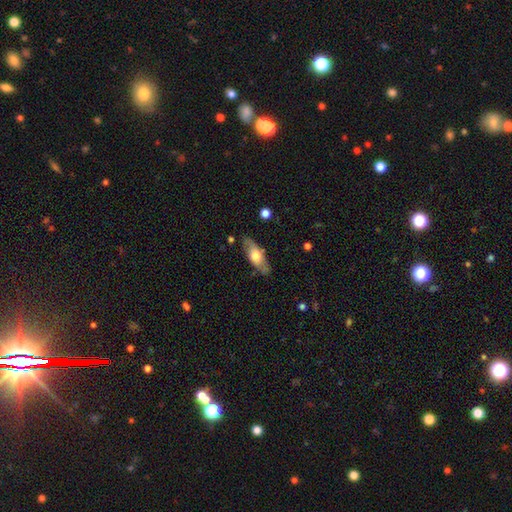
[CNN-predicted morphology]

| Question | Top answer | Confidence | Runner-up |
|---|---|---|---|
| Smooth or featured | smooth | 52% | featured or disk (43%) |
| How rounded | in between | 70% | cigar-shaped (27%) |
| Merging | none | 81% | minor disturbance (14%) |